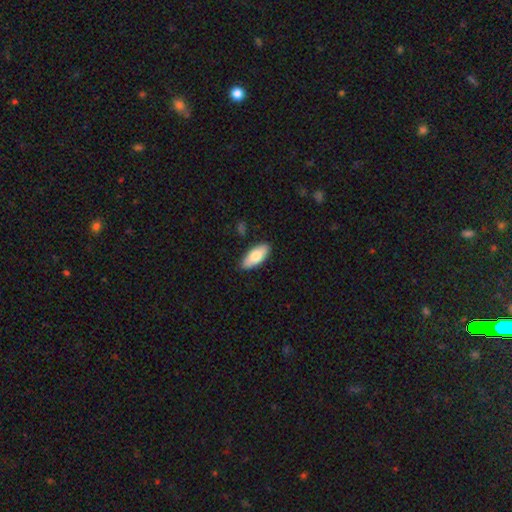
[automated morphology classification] smooth-or-featured: smooth: 76% | featured or disk: 18% | star or artifact: 6%
  how-rounded: in between: 84% | cigar-shaped: 14% | round: 2%
  merging: none: 88% | minor disturbance: 9% | major disturbance: 2% | merger: 1%